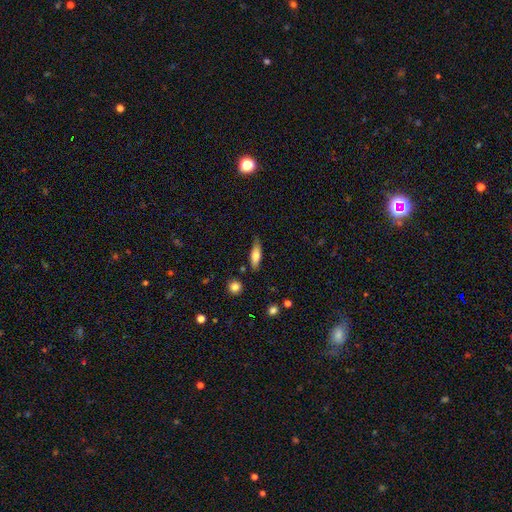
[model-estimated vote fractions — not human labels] Smooth or featured? Predicted: smooth (p=0.71). How rounded? Predicted: in between (p=0.54). Merging? Predicted: none (p=0.73).